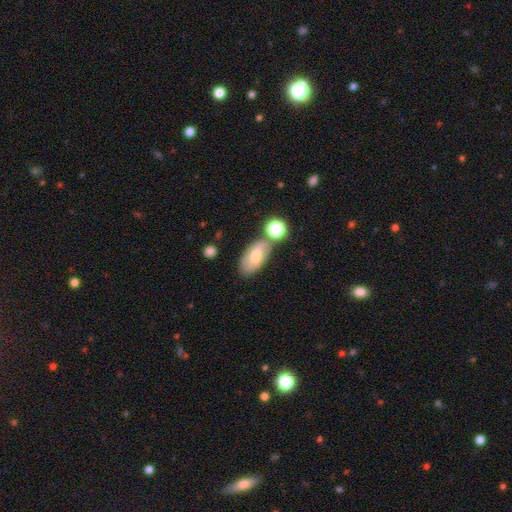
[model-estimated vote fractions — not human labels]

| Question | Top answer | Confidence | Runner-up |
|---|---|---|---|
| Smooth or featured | smooth | 61% | featured or disk (31%) |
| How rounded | in between | 89% | cigar-shaped (6%) |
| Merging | none | 57% | minor disturbance (19%) |